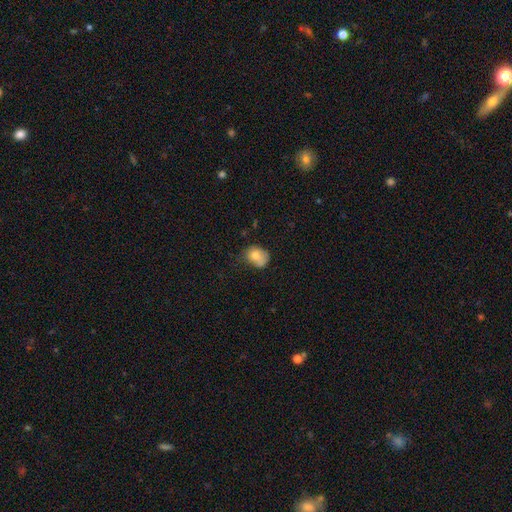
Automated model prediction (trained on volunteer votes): smooth-or-featured: smooth: 74% | featured or disk: 16% | star or artifact: 9%
  how-rounded: in between: 50% | round: 49% | cigar-shaped: 1%
  merging: none: 39% | minor disturbance: 36% | major disturbance: 17% | merger: 7%